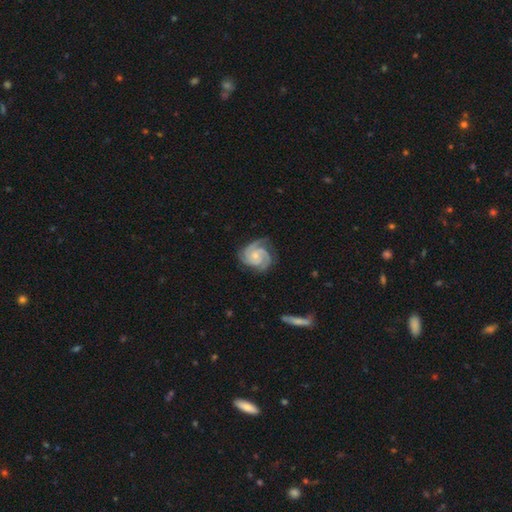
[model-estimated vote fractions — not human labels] Q: Smooth or featured?
A: featured or disk (92%); runner-up: smooth (5%)
Q: Edge-on disk?
A: no (98%); runner-up: yes (2%)
Q: Bar?
A: no (70%); runner-up: weak (25%)
Q: Spiral arms?
A: yes (99%); runner-up: no (1%)
Q: Spiral winding?
A: tight (65%); runner-up: medium (32%)
Q: Spiral arm count?
A: 3 (67%); runner-up: 2 (13%)
Q: Bulge size?
A: small (64%); runner-up: moderate (30%)
Q: Merging?
A: none (76%); runner-up: minor disturbance (17%)